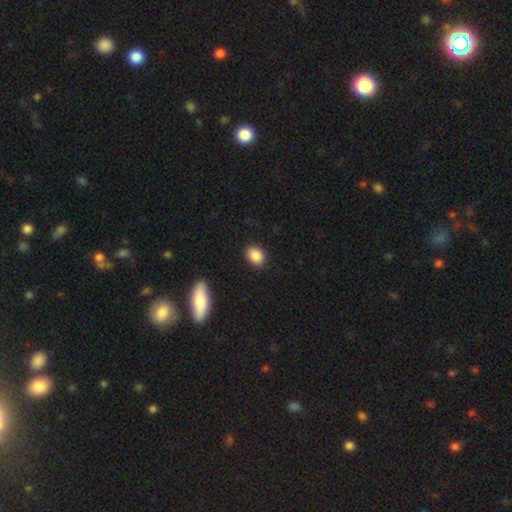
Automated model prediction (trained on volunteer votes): This is clearly a smooth galaxy (87%). How rounded: possibly in between (52%). Merging: clearly none (88%).